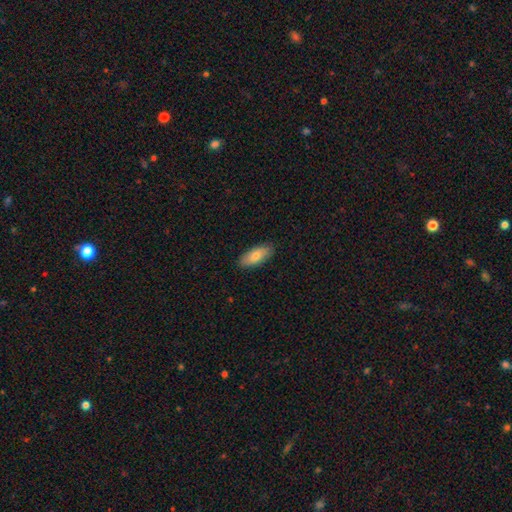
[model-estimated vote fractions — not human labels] Smooth or featured? smooth (79%)
How rounded? in between (83%)
Merging? none (87%)